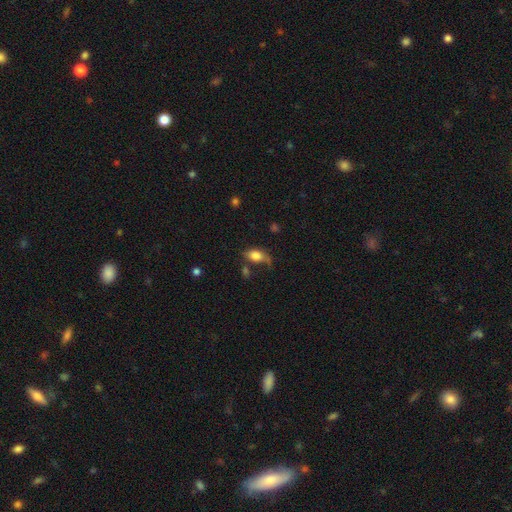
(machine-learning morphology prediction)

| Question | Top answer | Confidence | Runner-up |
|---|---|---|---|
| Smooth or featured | smooth | 74% | featured or disk (17%) |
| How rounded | in between | 83% | round (13%) |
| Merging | none | 41% | minor disturbance (29%) |